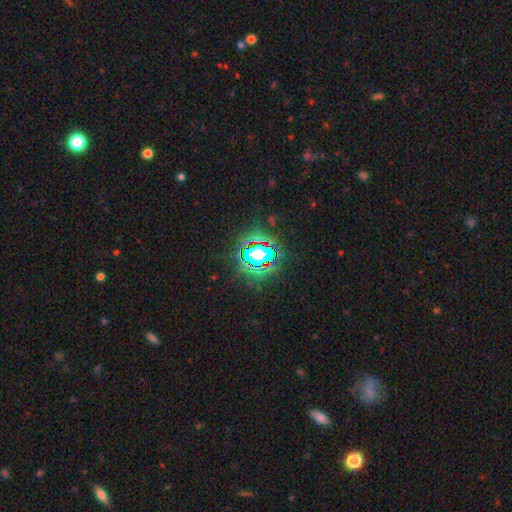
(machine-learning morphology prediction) This appears to be a star or artifact, not a galaxy (61%).